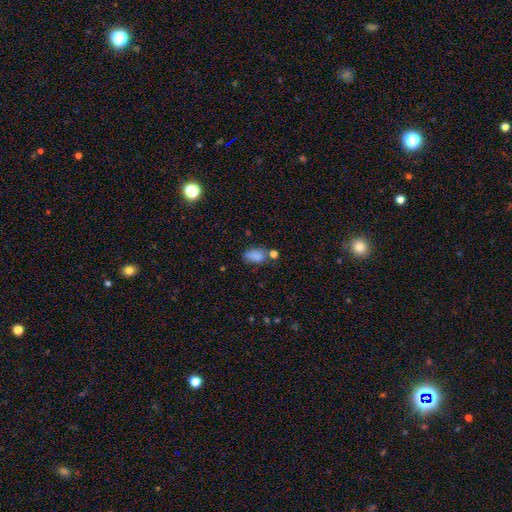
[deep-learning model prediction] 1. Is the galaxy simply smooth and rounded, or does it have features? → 81% smooth, 11% star or artifact, 8% featured or disk.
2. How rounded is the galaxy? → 87% in between, 10% round, 3% cigar-shaped.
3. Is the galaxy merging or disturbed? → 53% none, 23% minor disturbance, 16% merger, 8% major disturbance.